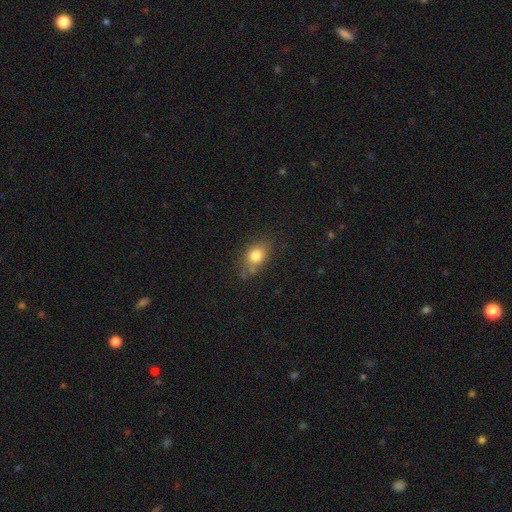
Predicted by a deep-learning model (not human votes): Overall: smooth (79%). How rounded: in between (63%; round 34%). Merging: none (65%).